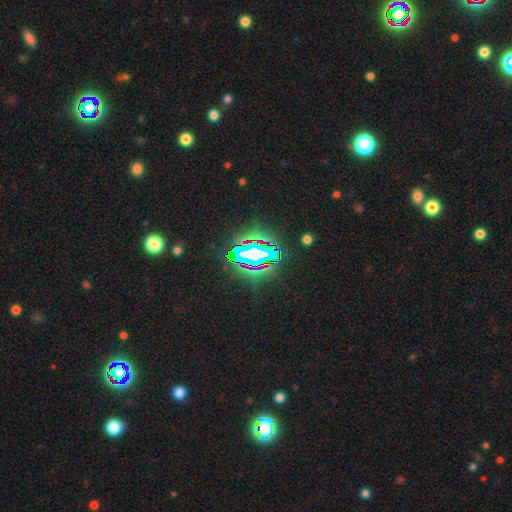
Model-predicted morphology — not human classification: Smooth or featured? star or artifact (79%)